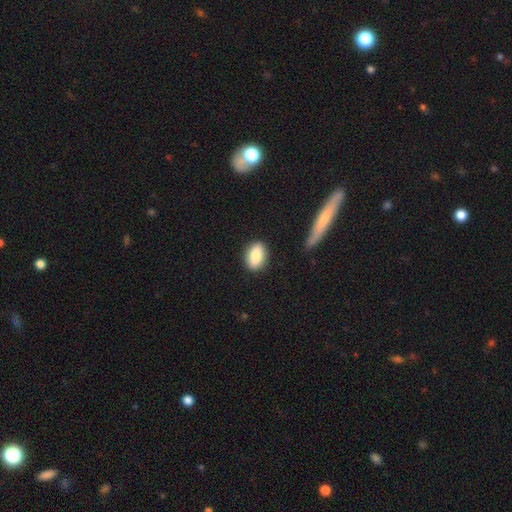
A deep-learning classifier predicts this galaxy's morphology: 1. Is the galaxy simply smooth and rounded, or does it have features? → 86% smooth, 7% featured or disk, 7% star or artifact.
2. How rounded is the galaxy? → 86% in between, 10% round, 3% cigar-shaped.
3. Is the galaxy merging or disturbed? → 85% none, 10% minor disturbance, 3% major disturbance, 2% merger.